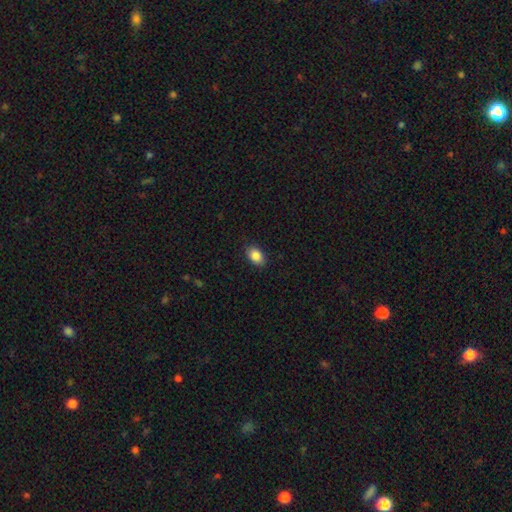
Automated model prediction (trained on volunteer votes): Overall: smooth (87%). How rounded: in between (82%). Merging: none (87%).